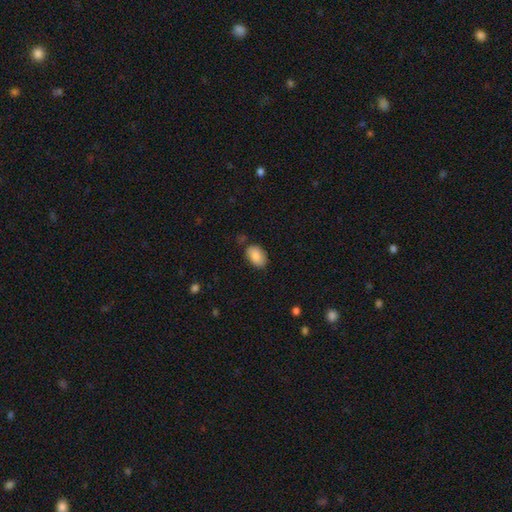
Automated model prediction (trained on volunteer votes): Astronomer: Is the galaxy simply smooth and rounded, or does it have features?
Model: smooth — 83%.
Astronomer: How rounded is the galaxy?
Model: in between — 87%.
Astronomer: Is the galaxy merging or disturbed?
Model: none — 75%.